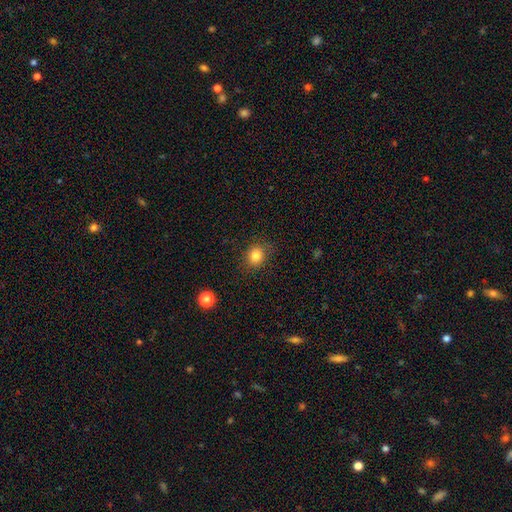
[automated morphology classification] This appears to be a smooth galaxy with no disk features (82%) that is round (67%). Merging: none (85%).